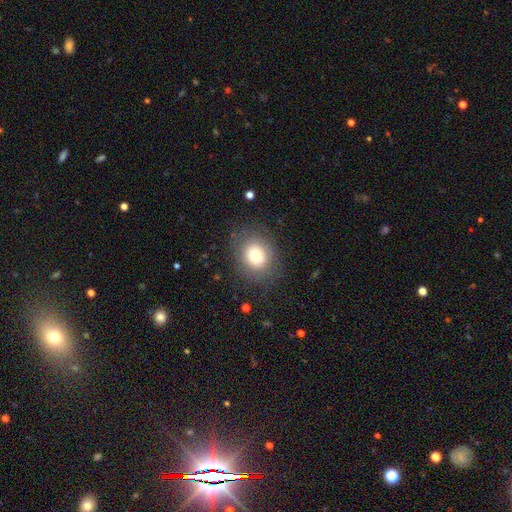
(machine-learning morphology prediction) Smooth or featured? smooth (75%)
How rounded? round (58%)
Merging? none (81%)